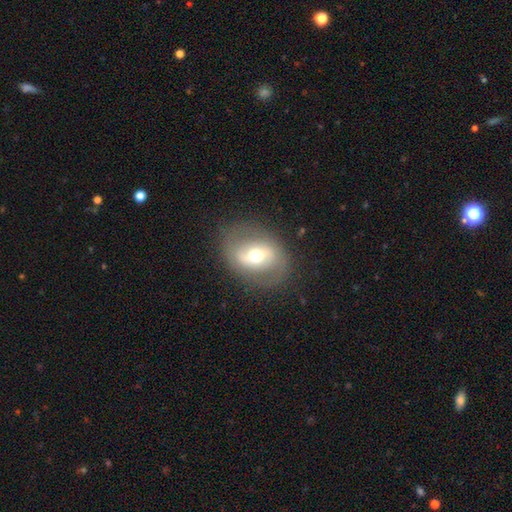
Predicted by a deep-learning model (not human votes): Morphology: type=featured or disk (59%); edge-on=no (94%); bar=weak (37%); spiral arms=yes (53%); bulge=moderate (69%); merging=none (79%).